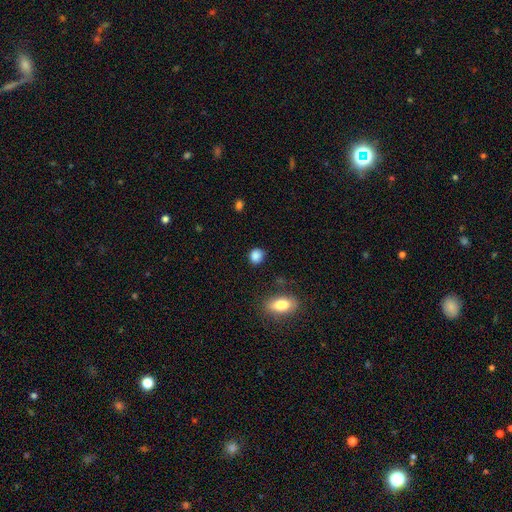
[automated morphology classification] smooth 87%, star or artifact 9%, featured or disk 4%. Down the decision tree: how rounded — round (70%); merging — none (81%).